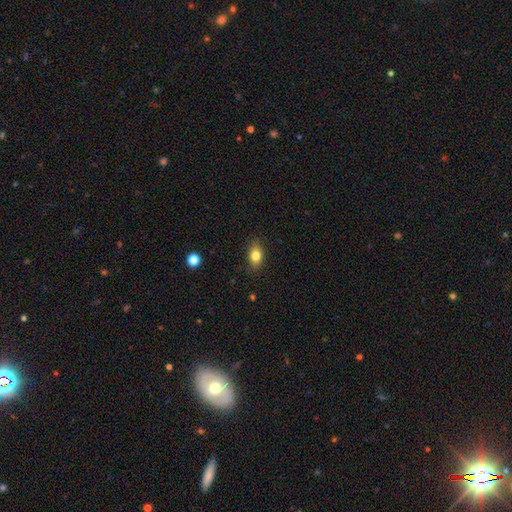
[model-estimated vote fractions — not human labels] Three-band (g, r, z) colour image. It shows a smooth galaxy with no disk features (81%) that is in between round and cigar-shaped (77%). Merging: none (85%).